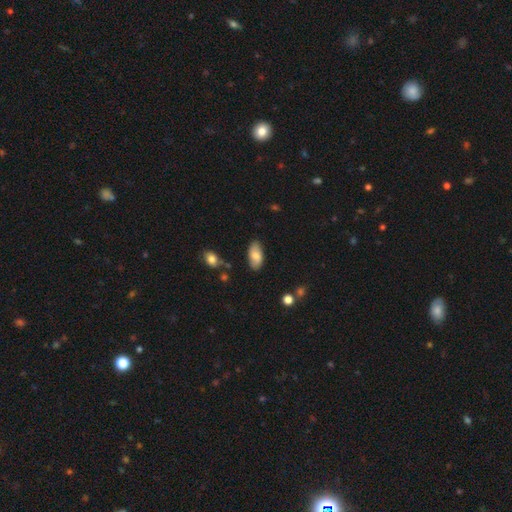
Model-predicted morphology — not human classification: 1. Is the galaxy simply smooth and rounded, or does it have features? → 76% smooth, 18% featured or disk, 7% star or artifact.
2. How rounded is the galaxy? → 93% in between, 4% cigar-shaped, 3% round.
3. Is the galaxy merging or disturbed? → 80% none, 14% minor disturbance, 3% major disturbance, 2% merger.